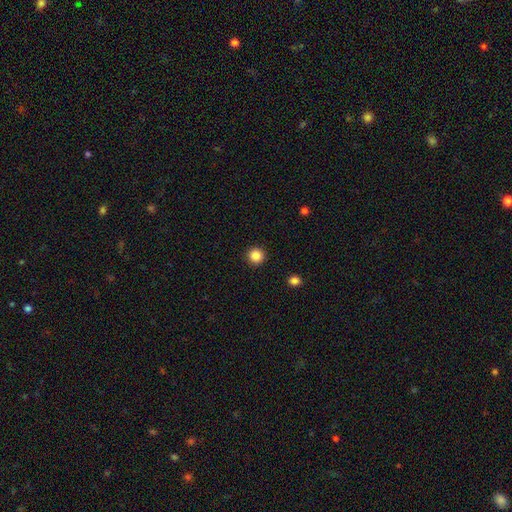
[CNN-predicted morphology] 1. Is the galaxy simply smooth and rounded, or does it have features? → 87% smooth, 11% star or artifact, 3% featured or disk.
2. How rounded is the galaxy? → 95% round, 4% in between, 1% cigar-shaped.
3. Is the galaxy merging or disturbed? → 93% none, 4% minor disturbance, 2% major disturbance, 1% merger.